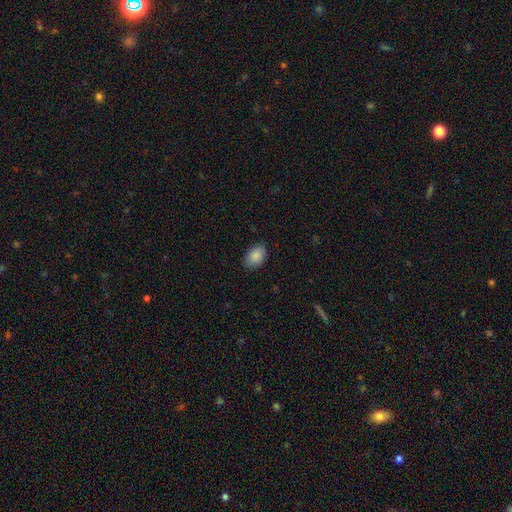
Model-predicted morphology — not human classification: Smooth or featured?
  - smooth: 89% *
  - star or artifact: 7%
  - featured or disk: 4%
How rounded?
  - in between: 83% *
  - round: 16%
  - cigar-shaped: 1%
Merging?
  - none: 84% *
  - minor disturbance: 12%
  - major disturbance: 3%
  - merger: 1%